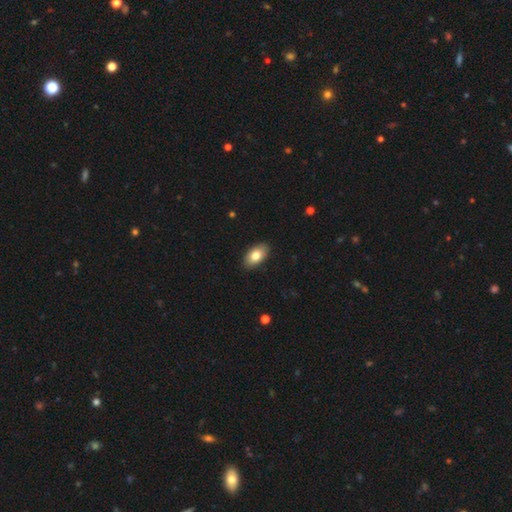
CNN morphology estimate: Smooth or featured?
  - smooth: 79% *
  - featured or disk: 14%
  - star or artifact: 7%
How rounded?
  - in between: 94% *
  - round: 4%
  - cigar-shaped: 2%
Merging?
  - none: 89% *
  - minor disturbance: 8%
  - major disturbance: 2%
  - merger: 1%